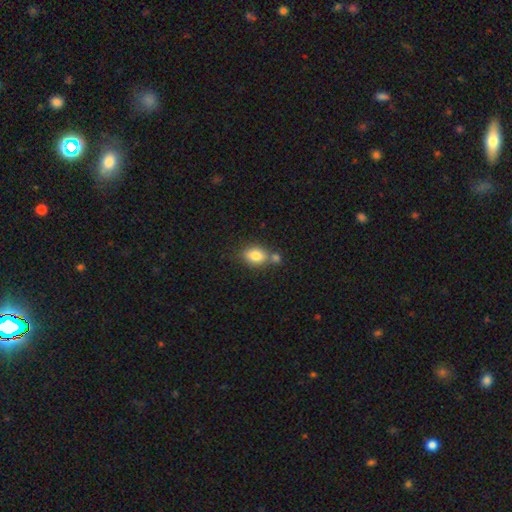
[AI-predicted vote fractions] smooth 81%, featured or disk 10%, star or artifact 9%. Down the decision tree: how rounded — in between (73%); merging — none (51%).